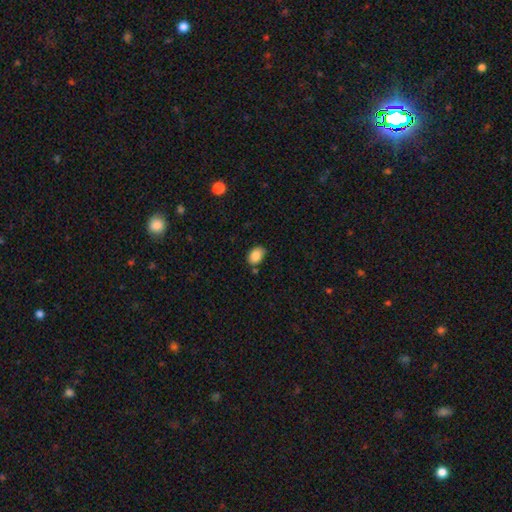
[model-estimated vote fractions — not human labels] The model was most divided on "merging": none: 76%, minor disturbance: 16%, merger: 5%, major disturbance: 3%. More confident: smooth or featured — smooth (88%); how rounded — in between (81%).